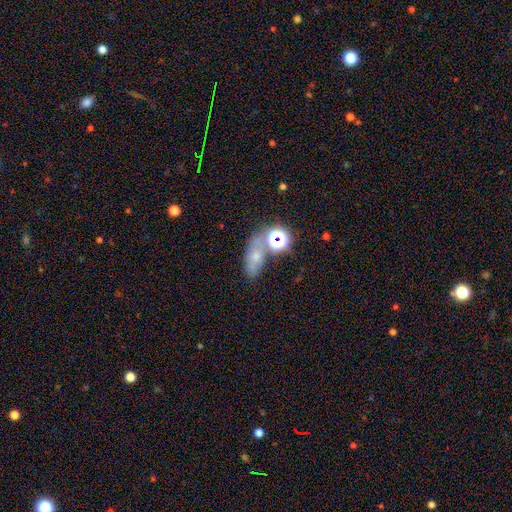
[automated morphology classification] Smooth or featured? Predicted: smooth (p=0.49). Merging? Predicted: none (p=0.57).